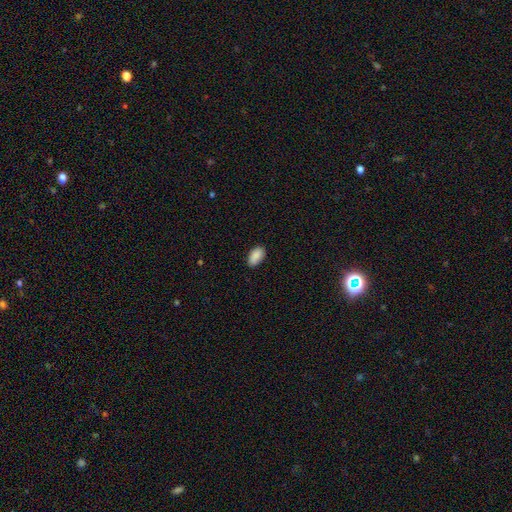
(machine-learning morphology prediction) type=smooth (89%); roundness=in between (94%); merging=none (82%).